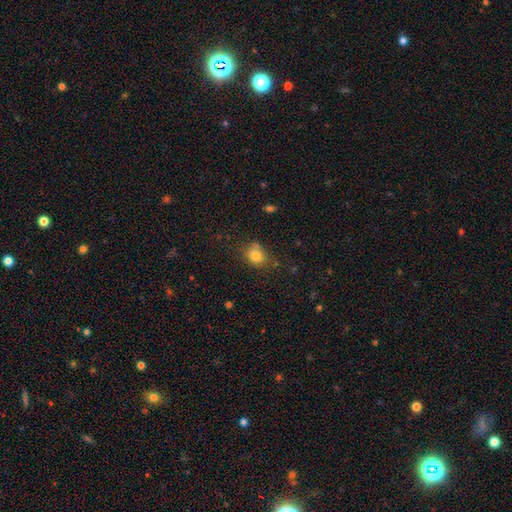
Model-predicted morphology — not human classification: Overall: smooth (81%). How rounded: round (58%; in between 41%). Merging: none (65%).